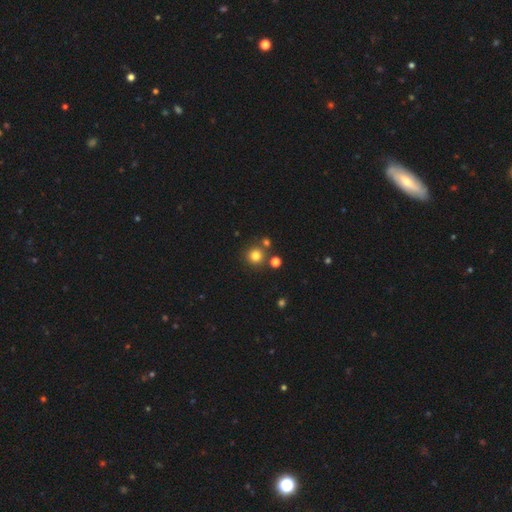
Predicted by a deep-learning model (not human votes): This appears to be a smooth galaxy with no disk features (79%) that is round (94%). Merging: none (79%).